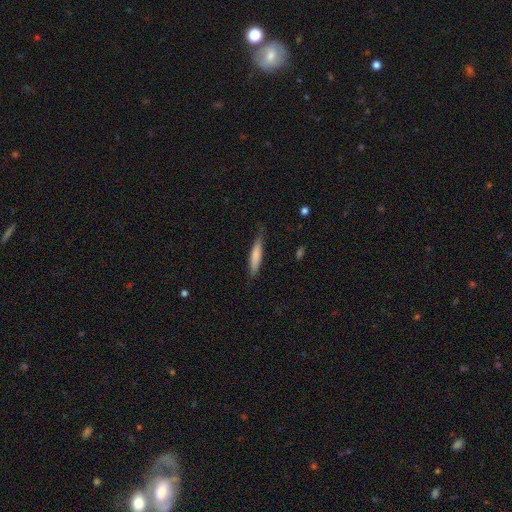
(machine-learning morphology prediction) A smooth galaxy with no disk features (76%) that is cigar-shaped (86%).

Vote fractions:
- Smooth or featured? smooth: 76% / featured or disk: 19% / star or artifact: 6%
- How rounded? cigar-shaped: 86% / in between: 12% / round: 1%
- Merging? none: 77% / minor disturbance: 18% / major disturbance: 3% / merger: 1%